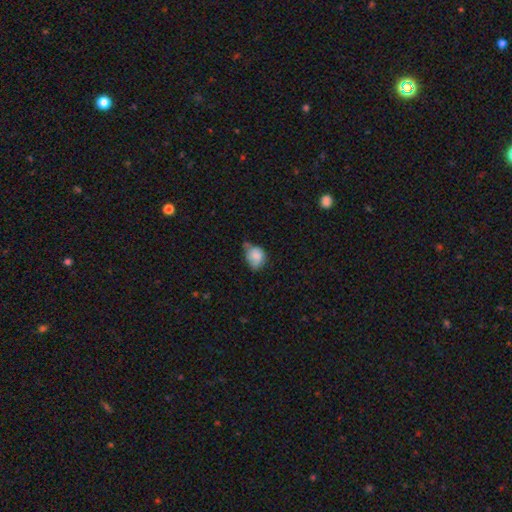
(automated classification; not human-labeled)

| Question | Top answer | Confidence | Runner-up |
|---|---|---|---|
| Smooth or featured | smooth | 80% | featured or disk (11%) |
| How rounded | round | 55% | in between (44%) |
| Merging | minor disturbance | 42% | none (37%) |